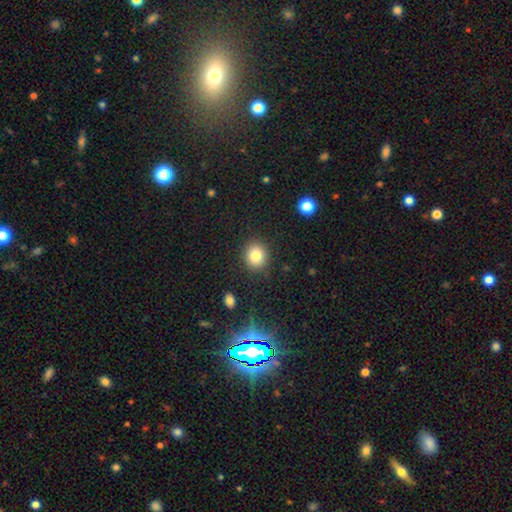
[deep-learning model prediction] The model was most divided on "how rounded": round: 77%, in between: 22%, cigar-shaped: 1%. More confident: merging — none (88%); smooth or featured — smooth (82%).